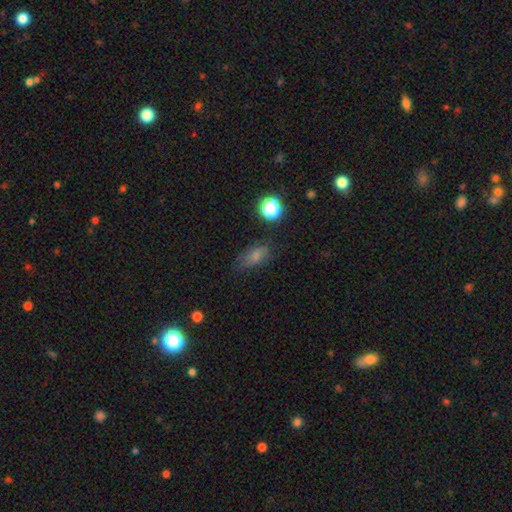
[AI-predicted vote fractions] A smooth galaxy with no disk features (69%) that is in between round and cigar-shaped (82%).

Vote fractions:
- Smooth or featured? smooth: 69% / star or artifact: 16% / featured or disk: 15%
- How rounded? in between: 82% / round: 12% / cigar-shaped: 6%
- Merging? none: 62% / minor disturbance: 25% / major disturbance: 10% / merger: 2%